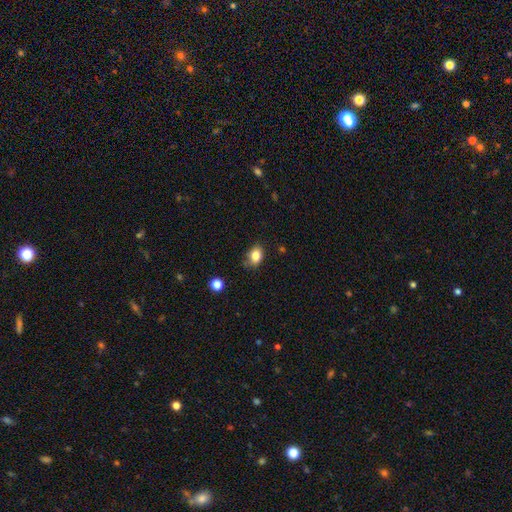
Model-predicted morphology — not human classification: type=smooth (83%); roundness=in between (71%); merging=none (72%).